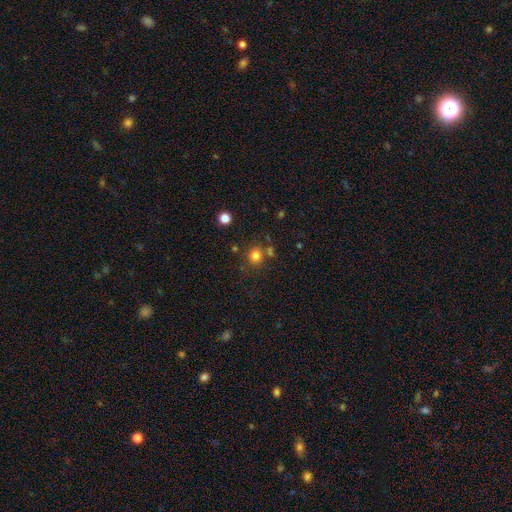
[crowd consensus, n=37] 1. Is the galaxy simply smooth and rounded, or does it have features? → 84% smooth, 11% featured or disk, 5% star or artifact.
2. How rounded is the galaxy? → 87% round, 10% in between, 3% cigar-shaped.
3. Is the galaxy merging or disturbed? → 66% none, 17% merger, 14% minor disturbance, 3% major disturbance.